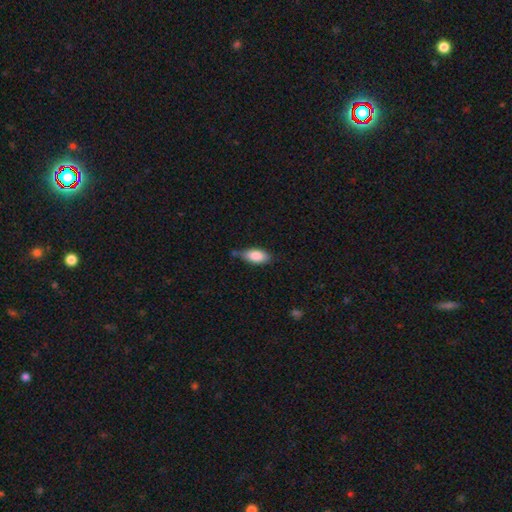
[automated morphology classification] smooth_or_featured: smooth (p=0.86) [alt: featured or disk p=0.08]
how_rounded: in between (p=0.89) [alt: cigar-shaped p=0.08]
merging: none (p=0.58) [alt: minor disturbance p=0.29]